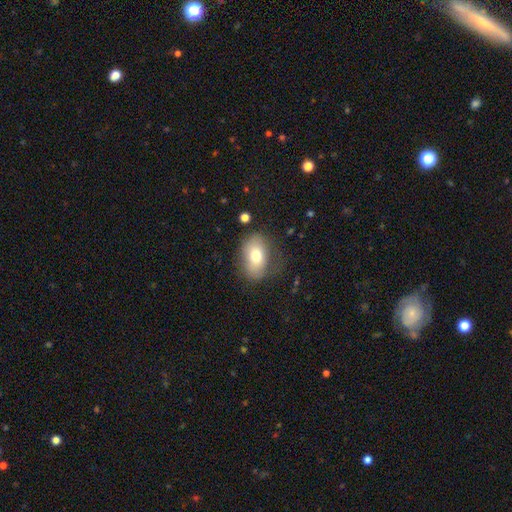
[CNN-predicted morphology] Overall: smooth (73%). How rounded: in between (85%). Merging: none (68%).